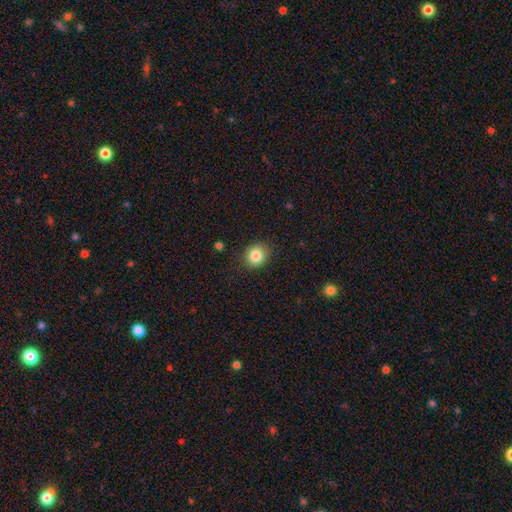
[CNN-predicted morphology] smooth_or_featured: smooth (p=0.84) [alt: star or artifact p=0.10]
how_rounded: round (p=0.65) [alt: in between p=0.35]
merging: none (p=0.85) [alt: minor disturbance p=0.11]